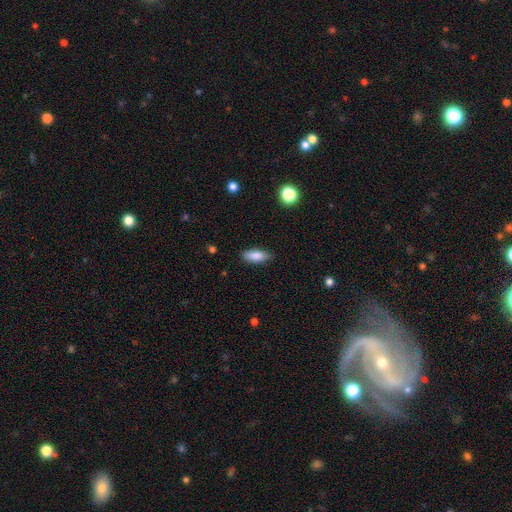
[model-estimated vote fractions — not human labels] Overall: smooth (85%). How rounded: in between (78%). Merging: none (83%).